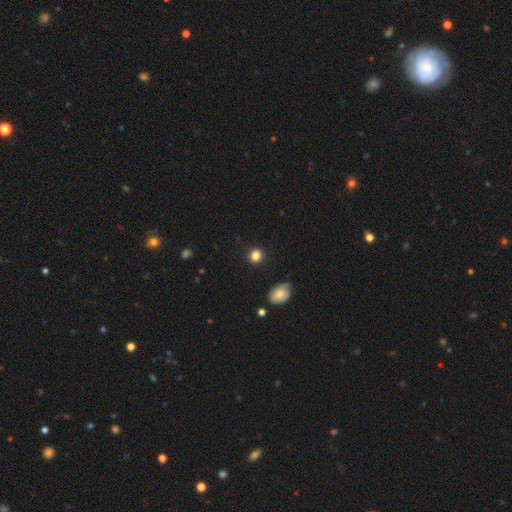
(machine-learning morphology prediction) smooth-or-featured: smooth: 84% | star or artifact: 11% | featured or disk: 5%
  how-rounded: round: 86% | in between: 13% | cigar-shaped: 1%
  merging: none: 88% | minor disturbance: 8% | major disturbance: 3% | merger: 1%